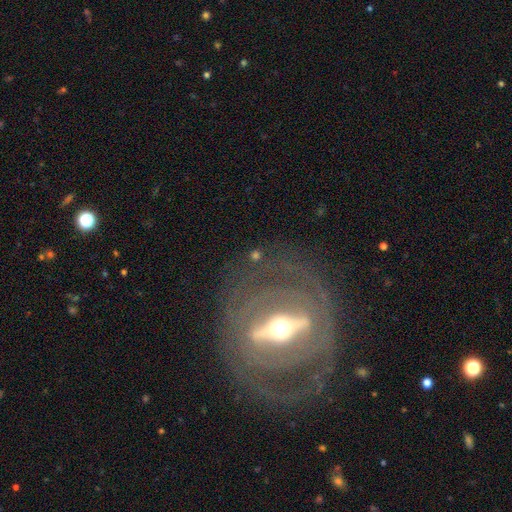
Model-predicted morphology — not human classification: featured or disk 75%, smooth 14%, star or artifact 10%. Down the decision tree: edge-on disk — no (67%); bar — strong (64%); spiral arms — no (52%); bulge size — moderate (68%); merging — none (74%).